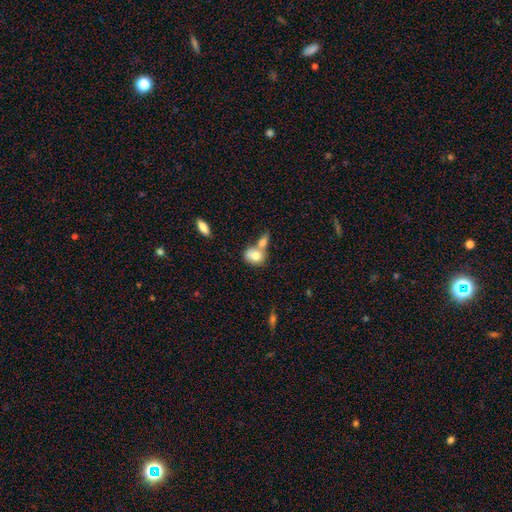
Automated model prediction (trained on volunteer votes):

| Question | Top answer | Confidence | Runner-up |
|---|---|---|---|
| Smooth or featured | smooth | 75% | featured or disk (17%) |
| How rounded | in between | 55% | round (43%) |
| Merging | merger | 60% | none (26%) |